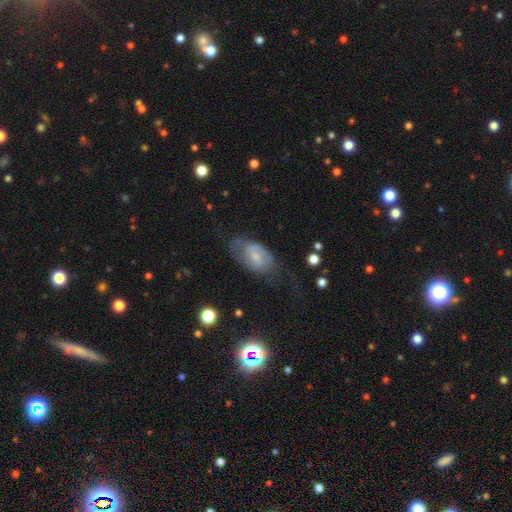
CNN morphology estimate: The model was most divided on "bar": weak: 52%, no: 36%, strong: 12%. Remaining: edge-on disk — no (96%); spiral arms — yes (88%); spiral arm count — 2 (80%); smooth or featured — featured or disk (70%); bulge size — small (59%); merging — none (55%); spiral winding — medium (48%).